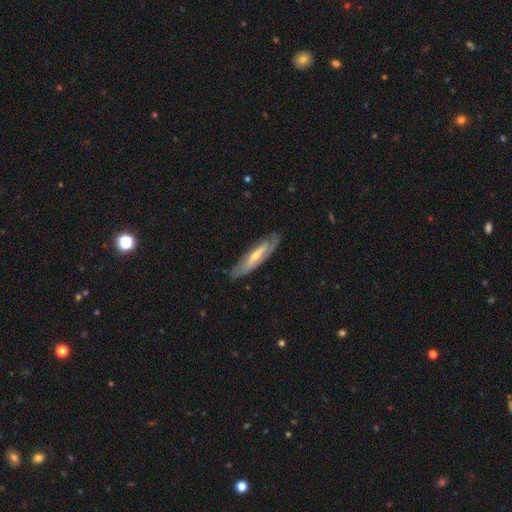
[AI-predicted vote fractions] A featured or disk galaxy (70%).

Vote fractions:
- Smooth or featured? featured or disk: 70% / smooth: 25% / star or artifact: 6%
- Edge-on disk? no: 58% / yes: 42%
- Merging? none: 77% / minor disturbance: 17% / major disturbance: 5% / merger: 1%